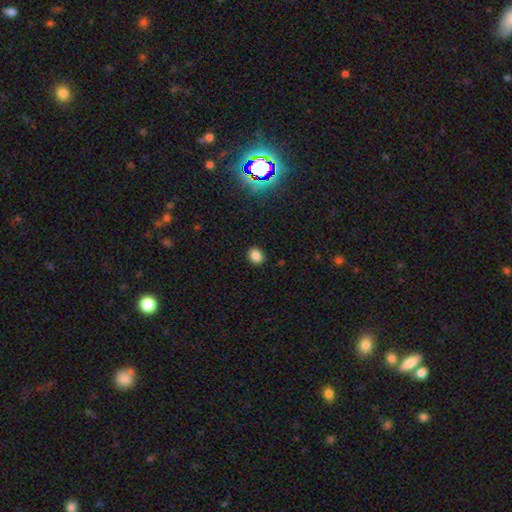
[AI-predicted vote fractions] Smooth or featured: smooth — 84% (star or artifact — 12%)
How rounded: round — 56% (in between — 43%)
Merging: none — 88% (minor disturbance — 8%)